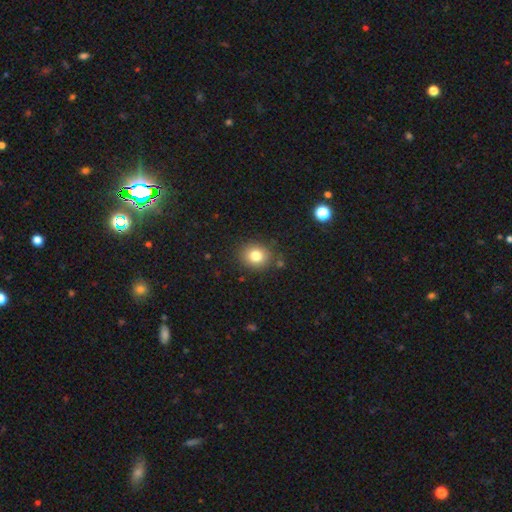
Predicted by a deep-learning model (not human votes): A smooth galaxy with no disk features (80%) that is round (74%).

Vote fractions:
- Smooth or featured? smooth: 80% / star or artifact: 12% / featured or disk: 8%
- How rounded? round: 74% / in between: 25% / cigar-shaped: 1%
- Merging? none: 85% / minor disturbance: 9% / major disturbance: 3% / merger: 3%